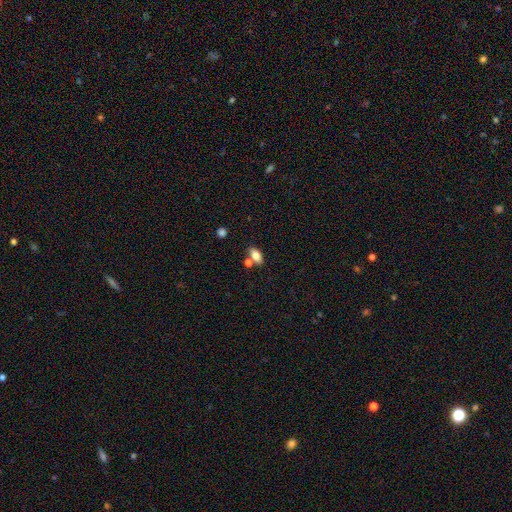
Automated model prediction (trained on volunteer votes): A smooth galaxy with no disk features (79%) that is in between round and cigar-shaped (86%).

Vote fractions:
- Smooth or featured? smooth: 79% / featured or disk: 13% / star or artifact: 9%
- How rounded? in between: 86% / round: 7% / cigar-shaped: 7%
- Merging? none: 62% / merger: 21% / minor disturbance: 13% / major disturbance: 4%